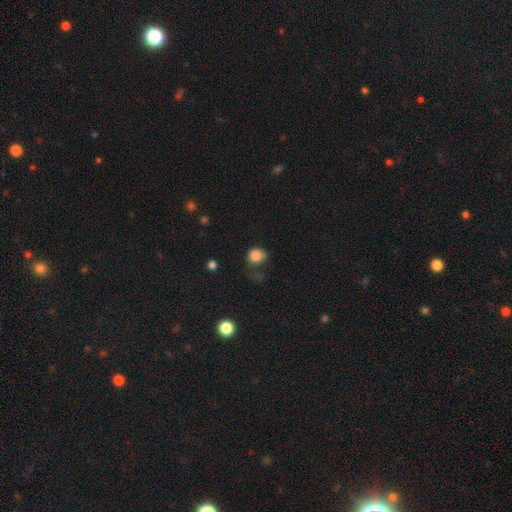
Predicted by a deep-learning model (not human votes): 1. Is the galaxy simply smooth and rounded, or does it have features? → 82% smooth, 11% star or artifact, 7% featured or disk.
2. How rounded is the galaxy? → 77% round, 22% in between, 1% cigar-shaped.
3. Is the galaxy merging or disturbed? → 43% none, 29% minor disturbance, 25% major disturbance, 4% merger.